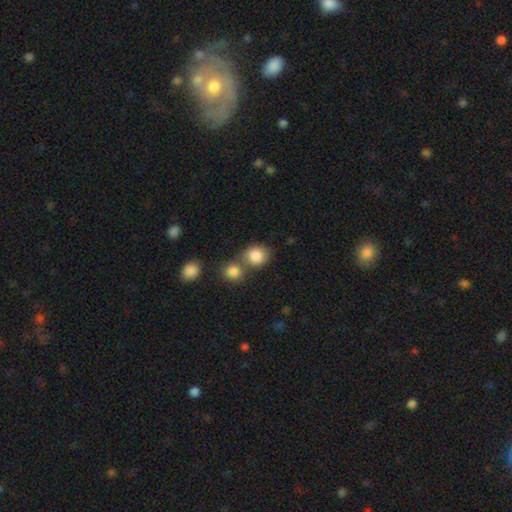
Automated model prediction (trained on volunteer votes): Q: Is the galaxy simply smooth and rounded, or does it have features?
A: smooth — 85%.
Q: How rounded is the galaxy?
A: round — 77%.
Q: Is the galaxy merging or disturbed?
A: none — 50%.